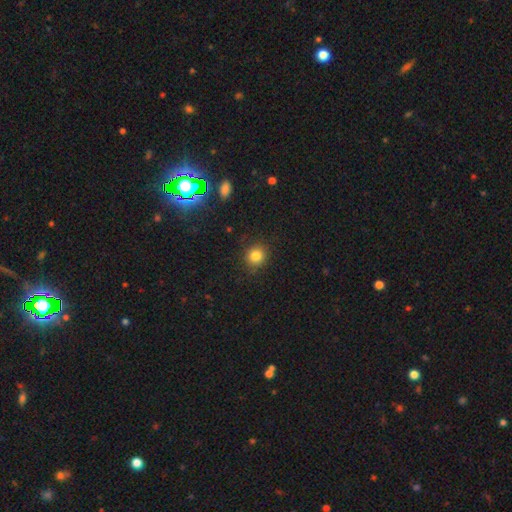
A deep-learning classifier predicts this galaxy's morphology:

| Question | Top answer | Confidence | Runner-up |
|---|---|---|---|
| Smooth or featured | smooth | 83% | star or artifact (12%) |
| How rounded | round | 89% | in between (10%) |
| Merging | none | 87% | minor disturbance (9%) |